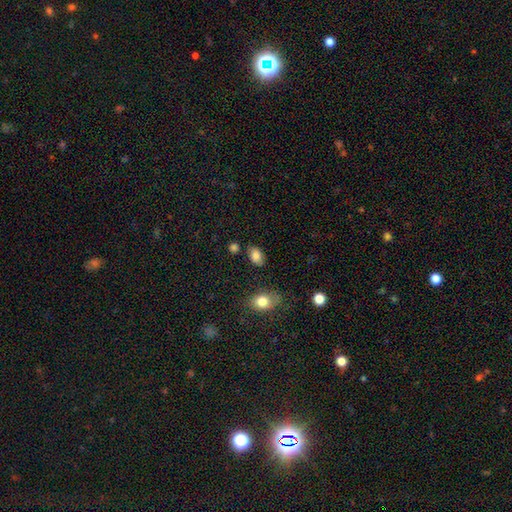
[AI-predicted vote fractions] smooth-or-featured: smooth: 83% | star or artifact: 9% | featured or disk: 8%
  how-rounded: in between: 84% | round: 15% | cigar-shaped: 2%
  merging: none: 78% | minor disturbance: 14% | merger: 4% | major disturbance: 3%